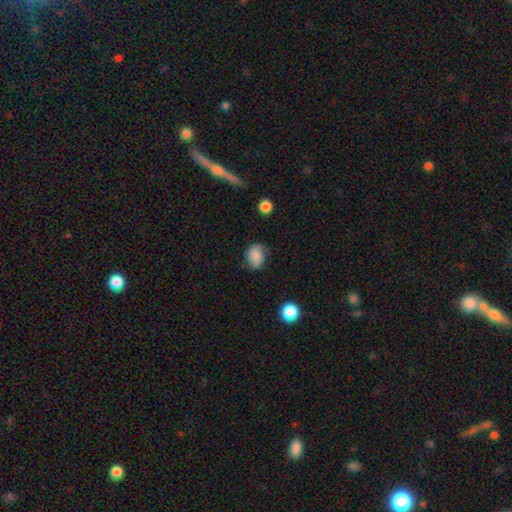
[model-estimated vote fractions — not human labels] Overall: smooth (72%). How rounded: in between (54%; round 45%). Merging: none (66%; minor disturbance 26%).